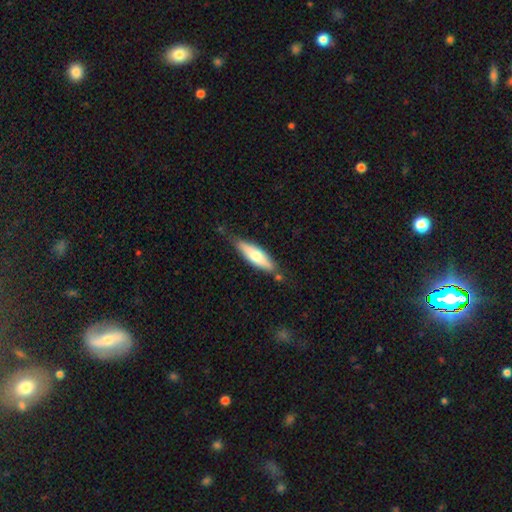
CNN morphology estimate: Smooth or featured? Predicted: smooth (p=0.60). How rounded? Predicted: cigar-shaped (p=0.60). Merging? Predicted: none (p=0.73).